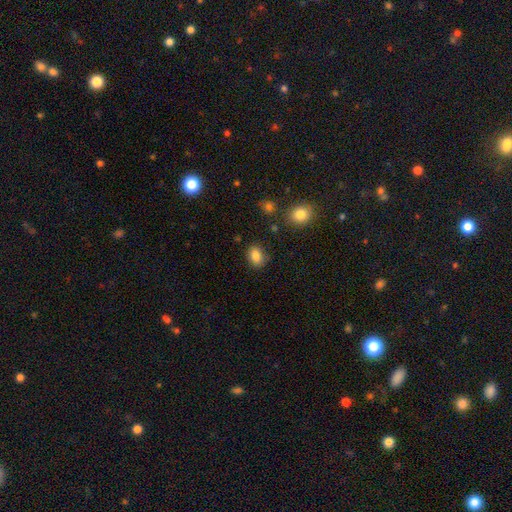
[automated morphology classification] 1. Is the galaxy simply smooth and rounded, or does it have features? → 85% smooth, 9% star or artifact, 6% featured or disk.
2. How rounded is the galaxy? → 69% in between, 30% round, 1% cigar-shaped.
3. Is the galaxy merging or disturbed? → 84% none, 11% minor disturbance, 3% major disturbance, 2% merger.